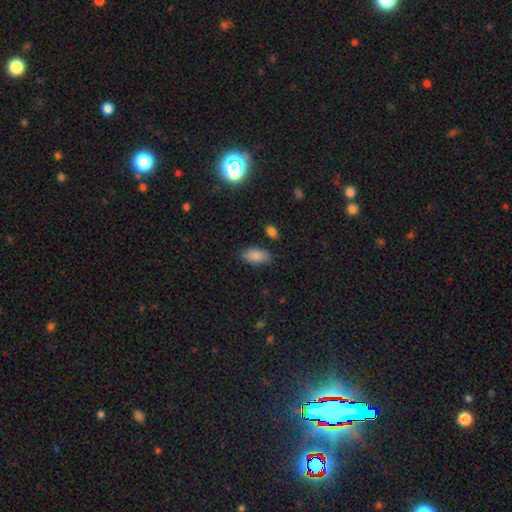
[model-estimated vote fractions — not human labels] This appears to be a smooth galaxy with no disk features (86%) that is in between round and cigar-shaped (91%). Merging: none (82%).